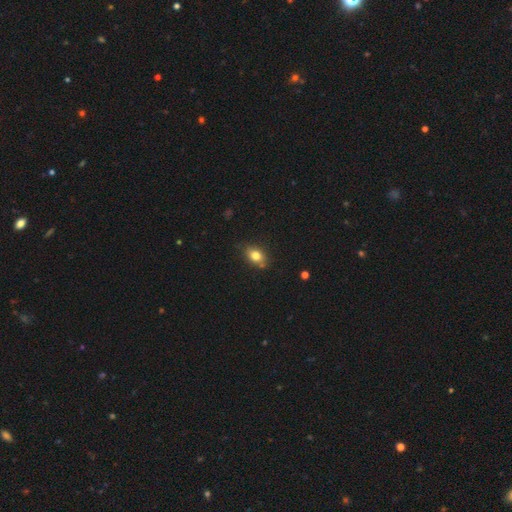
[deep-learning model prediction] Overall: smooth (79%). How rounded: in between (74%). Merging: none (74%).